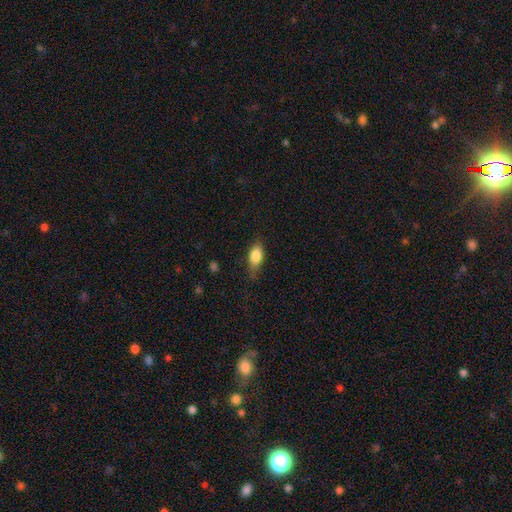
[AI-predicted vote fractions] Smooth or featured? smooth (83%)
How rounded? in between (85%)
Merging? none (68%)